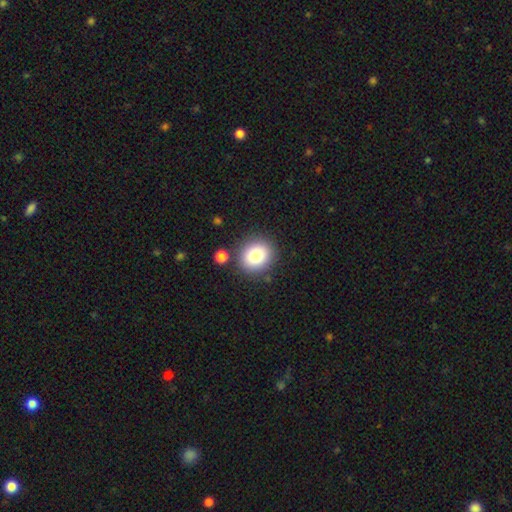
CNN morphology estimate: type=smooth (79%); roundness=round (80%); merging=none (84%).